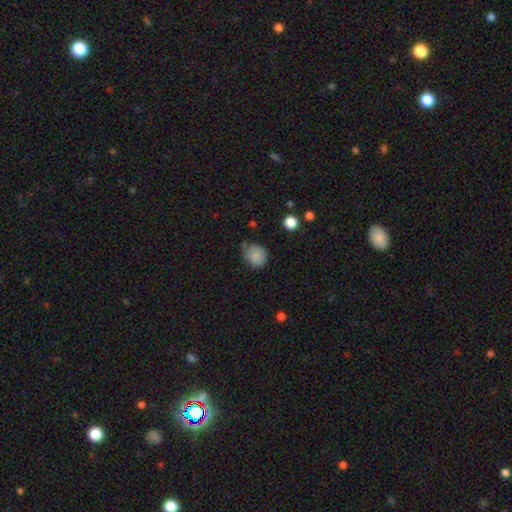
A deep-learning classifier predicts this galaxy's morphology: type=smooth (84%); roundness=round (67%); merging=none (60%).